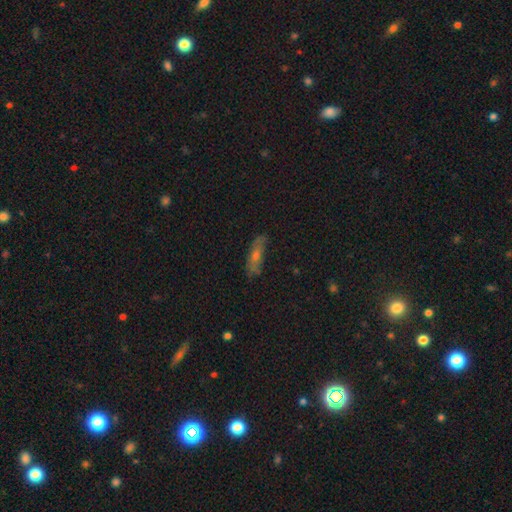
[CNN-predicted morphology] This is marginally a smooth galaxy (45%). Merging: likely none (75%).